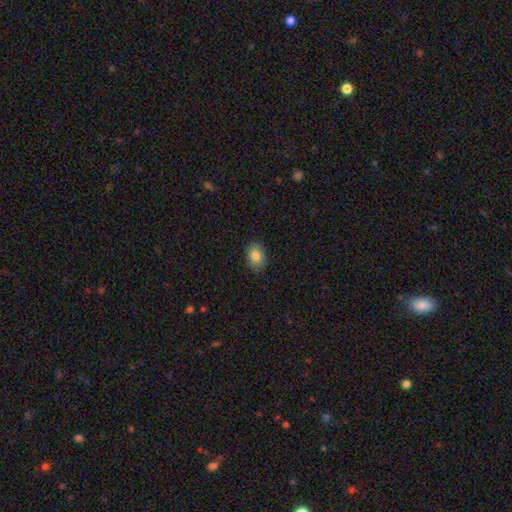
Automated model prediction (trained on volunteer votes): Morphology: type=smooth (85%); roundness=in between (78%); merging=none (87%).